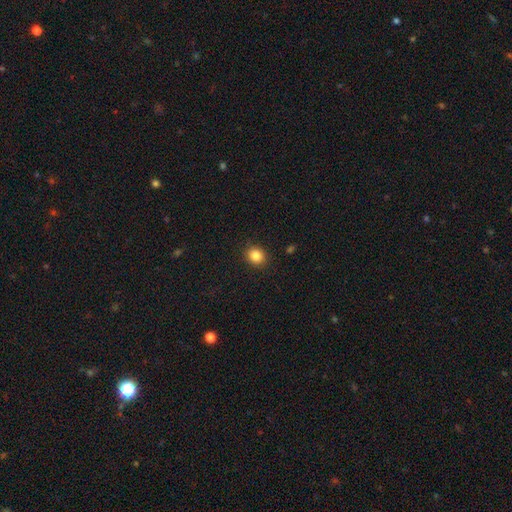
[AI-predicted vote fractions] Smooth or featured? Predicted: smooth (p=0.85). How rounded? Predicted: round (p=0.71). Merging? Predicted: none (p=0.90).